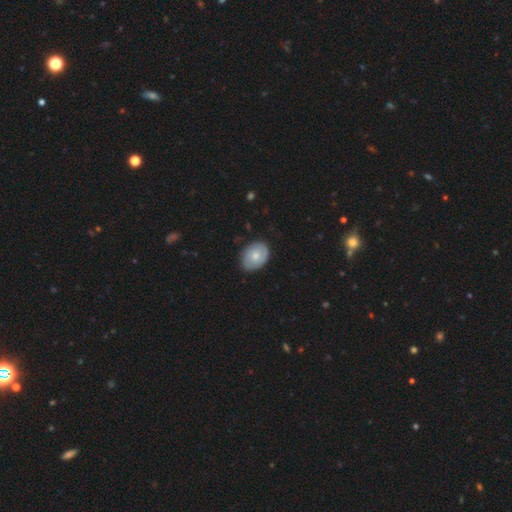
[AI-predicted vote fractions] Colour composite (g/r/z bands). It shows a featured or disk galaxy (51%). Merging: none (82%).